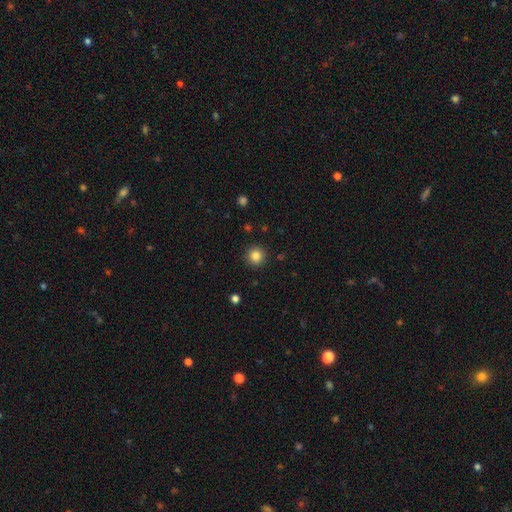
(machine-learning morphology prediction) The model was most divided on "smooth or featured": smooth: 84%, star or artifact: 11%, featured or disk: 5%. More confident: how rounded — round (94%); merging — none (91%).